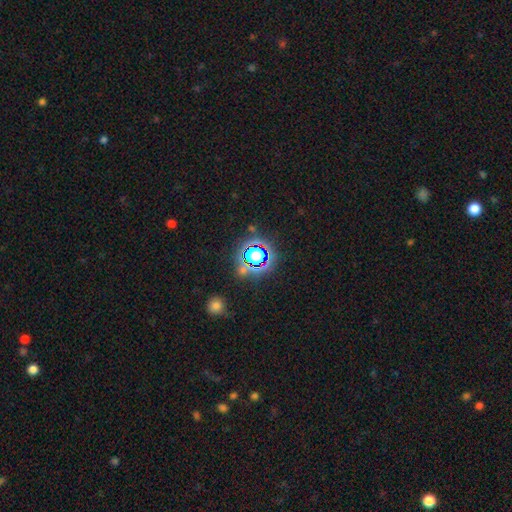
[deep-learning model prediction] This is likely a star or artifact rather than a galaxy (65%).